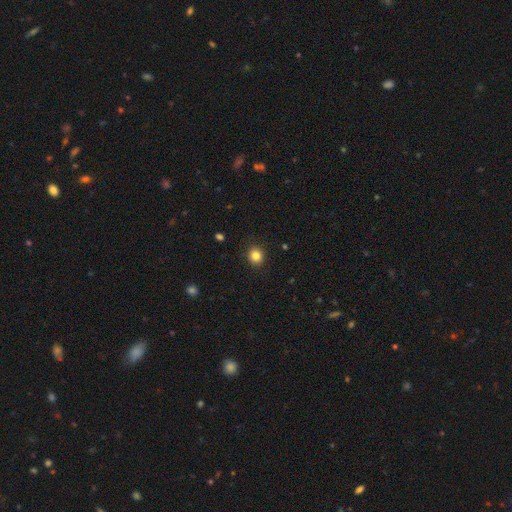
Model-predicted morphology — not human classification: This is clearly a smooth galaxy (84%). How rounded: clearly round (82%). Merging: clearly none (91%).